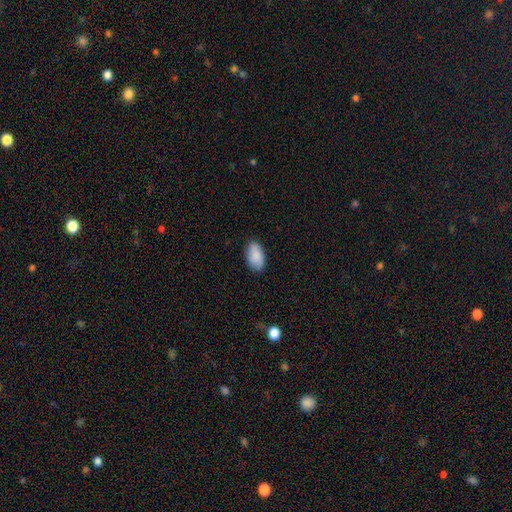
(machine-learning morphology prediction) smooth_or_featured: smooth (p=0.89) [alt: star or artifact p=0.06]
how_rounded: in between (p=0.95) [alt: round p=0.03]
merging: none (p=0.87) [alt: minor disturbance p=0.10]